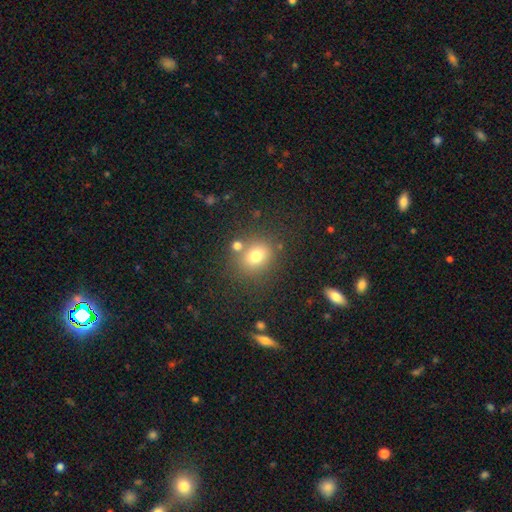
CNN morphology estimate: This appears to be a smooth galaxy with no disk features (75%) that is round (61%). Merging: none (70%).